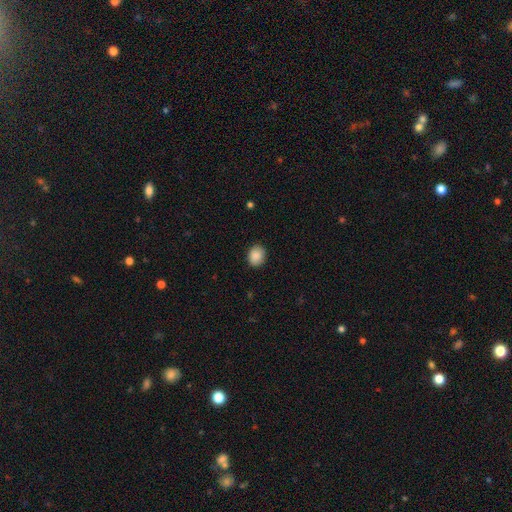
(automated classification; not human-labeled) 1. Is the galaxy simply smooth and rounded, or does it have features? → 89% smooth, 8% star or artifact, 3% featured or disk.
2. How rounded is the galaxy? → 53% round, 46% in between, 1% cigar-shaped.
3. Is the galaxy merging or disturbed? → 88% none, 9% minor disturbance, 2% major disturbance, 1% merger.